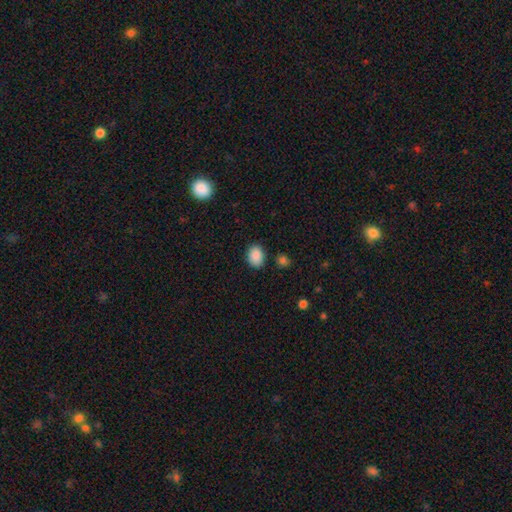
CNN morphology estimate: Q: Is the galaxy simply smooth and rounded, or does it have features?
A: smooth — 88%.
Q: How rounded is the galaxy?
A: in between — 68%.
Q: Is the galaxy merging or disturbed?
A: none — 82%.